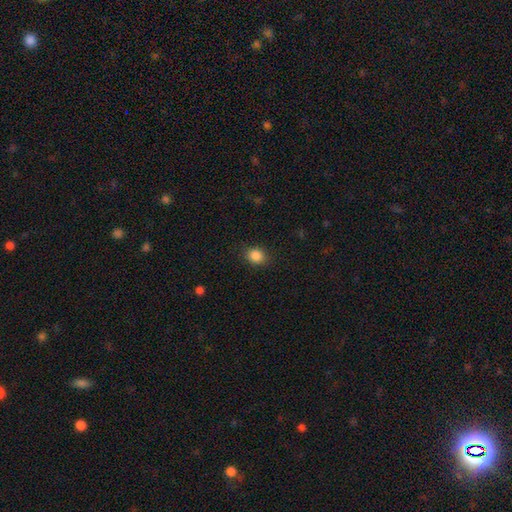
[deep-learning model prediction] Smooth or featured? smooth (86%)
How rounded? round (59%)
Merging? none (86%)